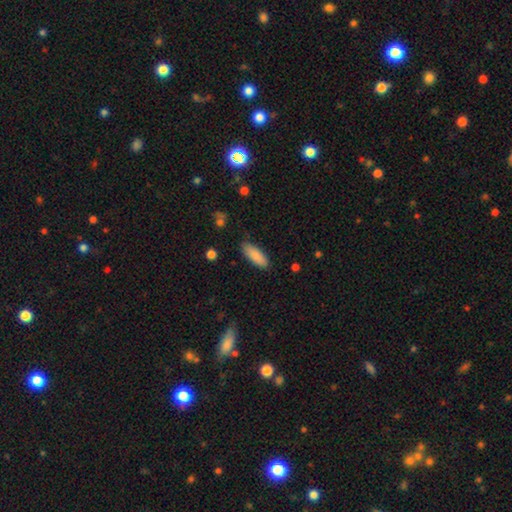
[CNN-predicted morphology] A smooth galaxy with no disk features (88%) that is in between round and cigar-shaped (66%). Merging: none (85%).